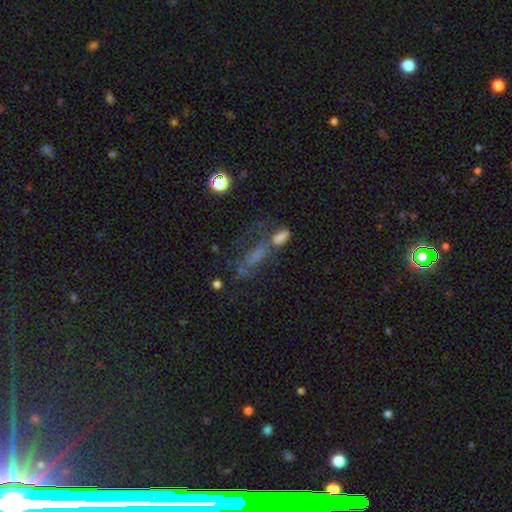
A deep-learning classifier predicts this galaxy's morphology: Smooth or featured? Predicted: smooth (p=0.45). Merging? Predicted: merger (p=0.34).